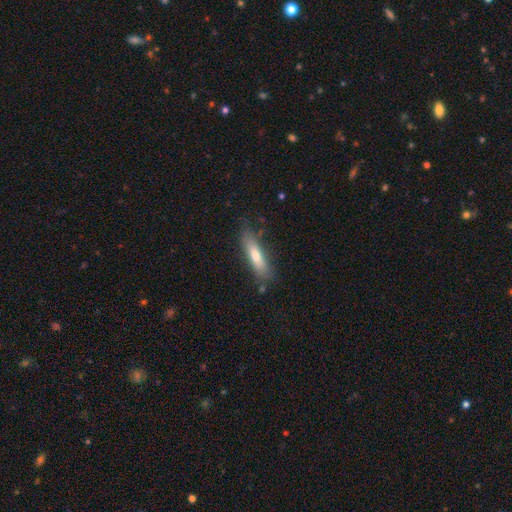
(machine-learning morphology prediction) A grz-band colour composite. It shows a smooth galaxy with no disk features (61%) that is cigar-shaped (75%). Merging: none (76%).